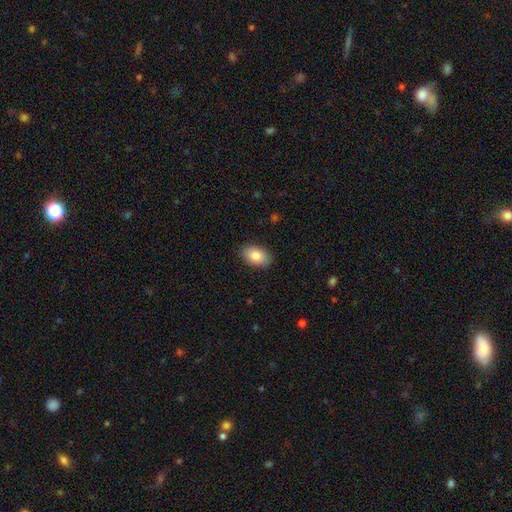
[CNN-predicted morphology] Smooth or featured: smooth — 85% (featured or disk — 8%)
How rounded: in between — 91% (round — 7%)
Merging: none — 88% (minor disturbance — 9%)